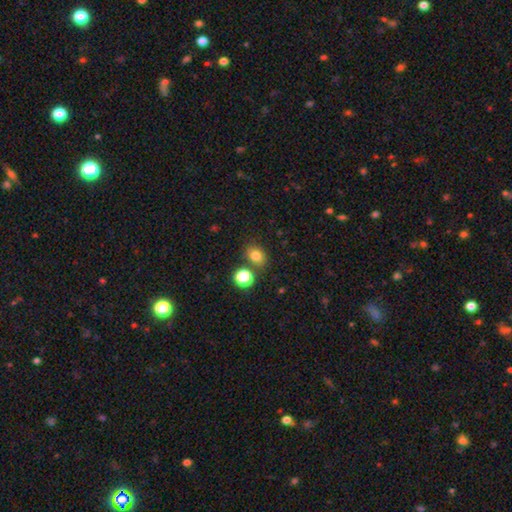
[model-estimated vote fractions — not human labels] A smooth galaxy with no disk features (78%) that is round (51%). Merging: none (76%).